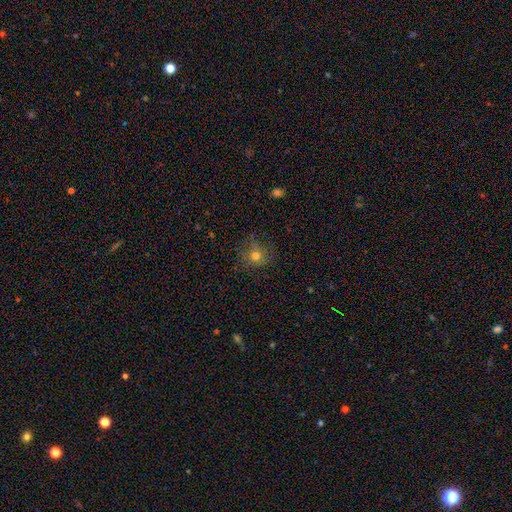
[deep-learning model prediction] Smooth or featured? smooth (72%)
How rounded? round (88%)
Merging? none (79%)